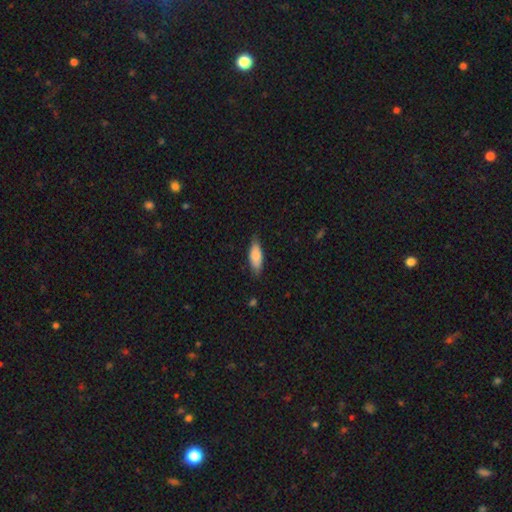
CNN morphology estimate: This is clearly a smooth galaxy (83%). How rounded: likely in between (70%). Merging: likely none (77%).